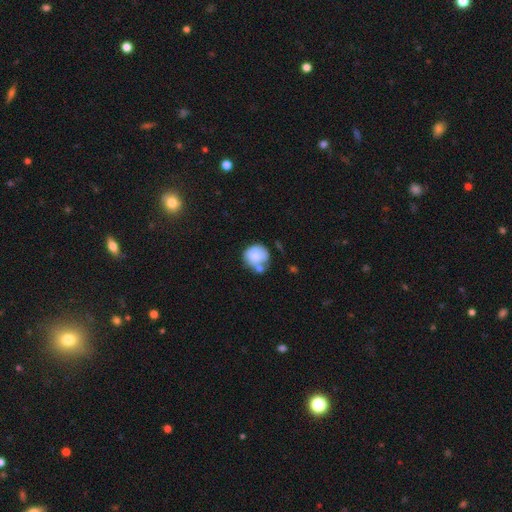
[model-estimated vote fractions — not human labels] Overall: smooth (73%). How rounded: round (82%). Merging: none (38%; merger 32%).